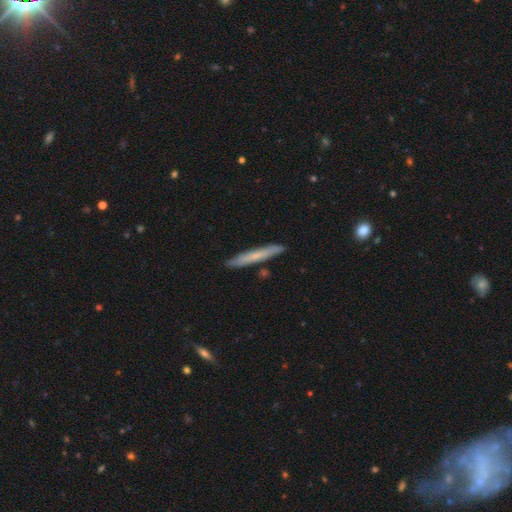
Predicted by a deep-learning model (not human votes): smooth-or-featured: smooth: 59% | featured or disk: 35% | star or artifact: 6%
  how-rounded: cigar-shaped: 96% | in between: 3% | round: 1%
  merging: none: 87% | minor disturbance: 9% | merger: 2% | major disturbance: 2%